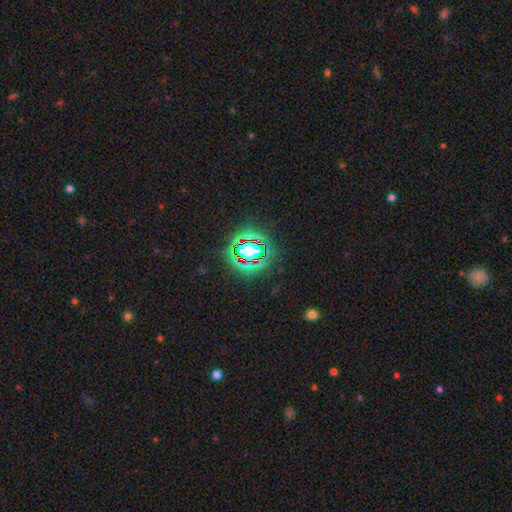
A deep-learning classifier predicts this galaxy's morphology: The model was most divided on "smooth or featured": star or artifact: 80%, smooth: 12%, featured or disk: 8%.